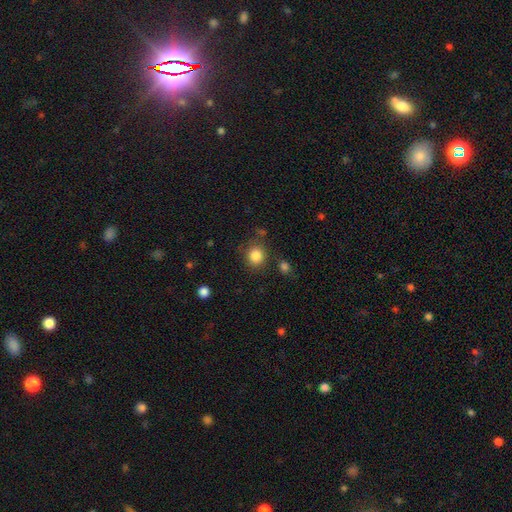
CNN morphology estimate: Q: Smooth or featured?
A: smooth (85%); runner-up: star or artifact (10%)
Q: How rounded?
A: round (85%); runner-up: in between (14%)
Q: Merging?
A: none (80%); runner-up: minor disturbance (11%)